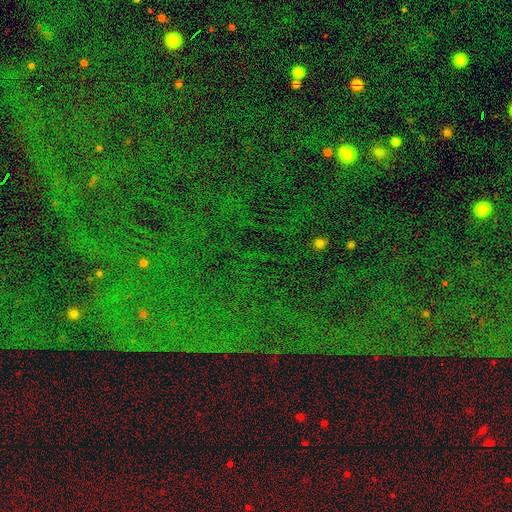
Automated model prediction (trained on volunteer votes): smooth_or_featured: star or artifact (p=0.83) [alt: smooth p=0.09]